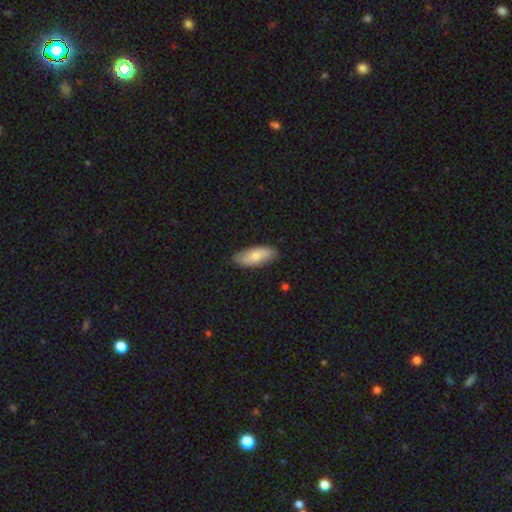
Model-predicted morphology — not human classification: Smooth or featured? Predicted: smooth (p=0.72). How rounded? Predicted: in between (p=0.81). Merging? Predicted: none (p=0.84).